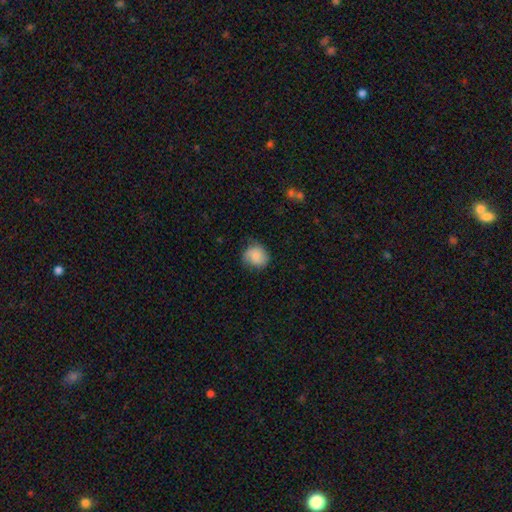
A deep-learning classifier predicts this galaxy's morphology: The model was most divided on "merging": none: 68%, minor disturbance: 25%, major disturbance: 6%, merger: 1%. More confident: how rounded — round (78%); smooth or featured — smooth (74%).